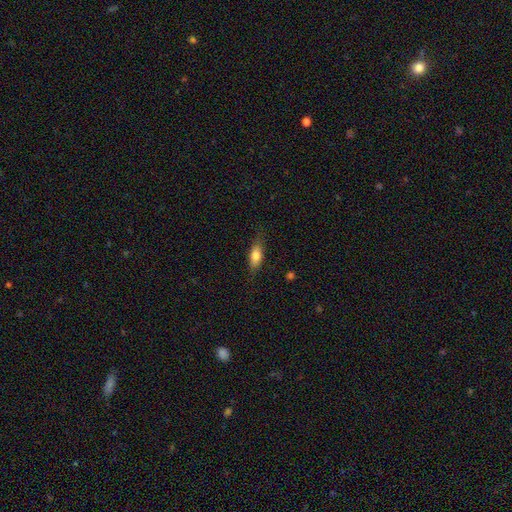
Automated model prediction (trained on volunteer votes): smooth_or_featured: smooth (p=0.74) [alt: featured or disk p=0.19]
how_rounded: in between (p=0.70) [alt: cigar-shaped p=0.26]
merging: none (p=0.78) [alt: minor disturbance p=0.17]